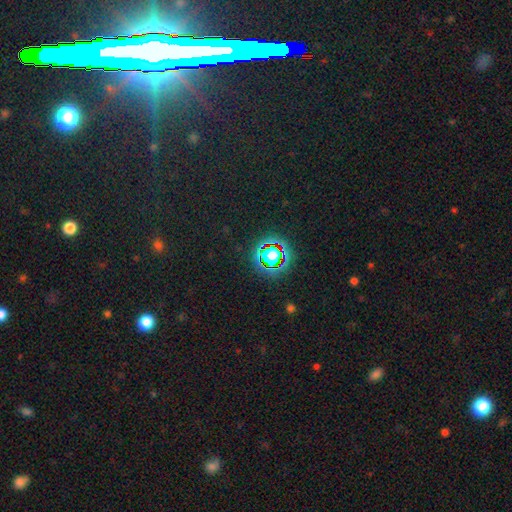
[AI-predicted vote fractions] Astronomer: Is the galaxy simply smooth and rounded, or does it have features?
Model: star or artifact — 76%.